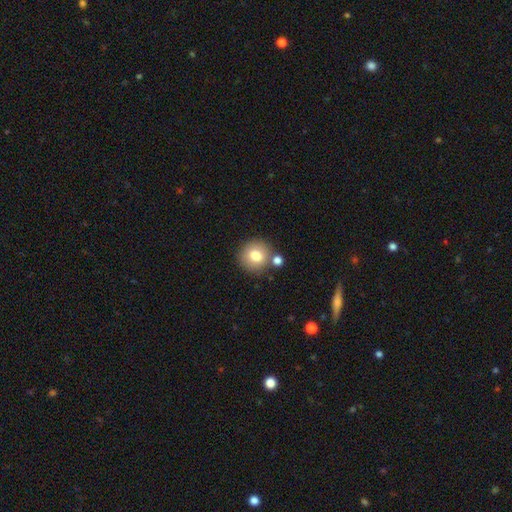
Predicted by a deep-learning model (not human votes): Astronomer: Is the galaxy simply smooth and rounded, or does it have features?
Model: smooth — 77%.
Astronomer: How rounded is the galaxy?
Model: round — 89%.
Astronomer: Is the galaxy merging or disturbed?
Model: none — 75%.